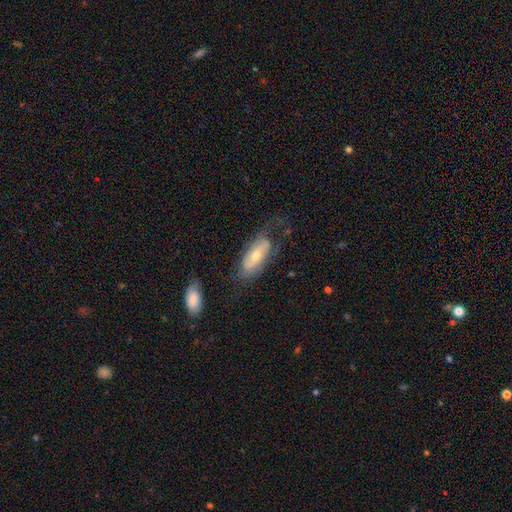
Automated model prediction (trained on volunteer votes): Smooth or featured: featured or disk — 53% (smooth — 40%)
Edge-on disk: no — 79% (yes — 21%)
Merging: none — 51% (minor disturbance — 25%)